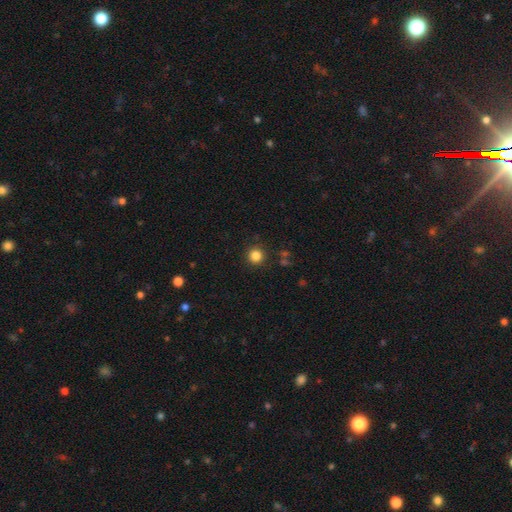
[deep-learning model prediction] Smooth or featured: smooth — 84% (star or artifact — 12%)
How rounded: round — 94% (in between — 5%)
Merging: none — 90% (minor disturbance — 6%)